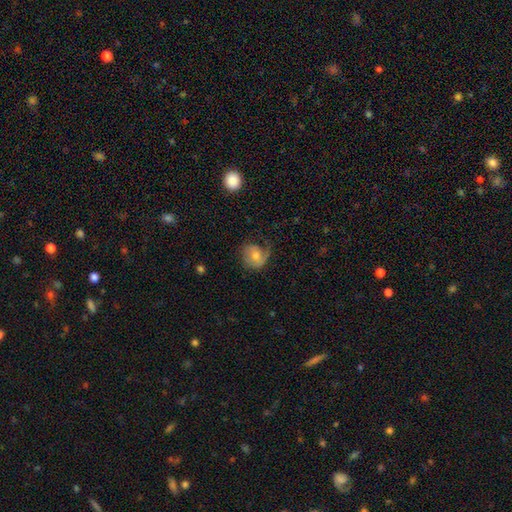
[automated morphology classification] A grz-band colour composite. It shows a featured or disk galaxy (51%). Merging: none (53%).